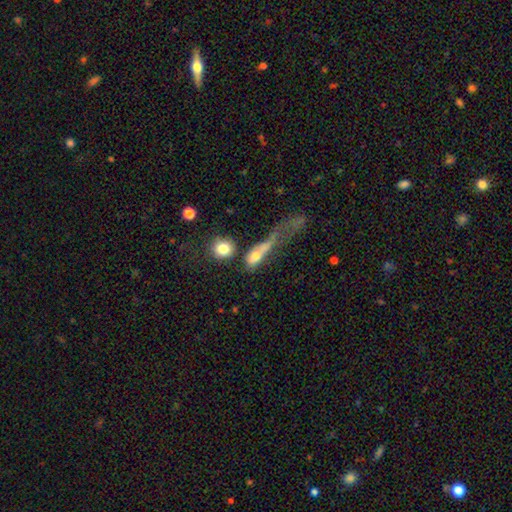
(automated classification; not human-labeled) smooth_or_featured: smooth (p=0.65) [alt: featured or disk p=0.24]
how_rounded: in between (p=0.53) [alt: round p=0.24]
merging: major disturbance (p=0.37) [alt: merger p=0.30]